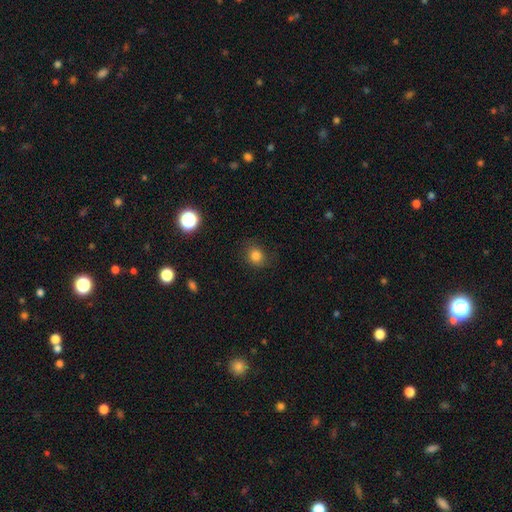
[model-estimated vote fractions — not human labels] Smooth or featured?
  - smooth: 81% *
  - star or artifact: 13%
  - featured or disk: 6%
How rounded?
  - round: 73% *
  - in between: 26%
  - cigar-shaped: 1%
Merging?
  - none: 80% *
  - minor disturbance: 14%
  - major disturbance: 4%
  - merger: 1%